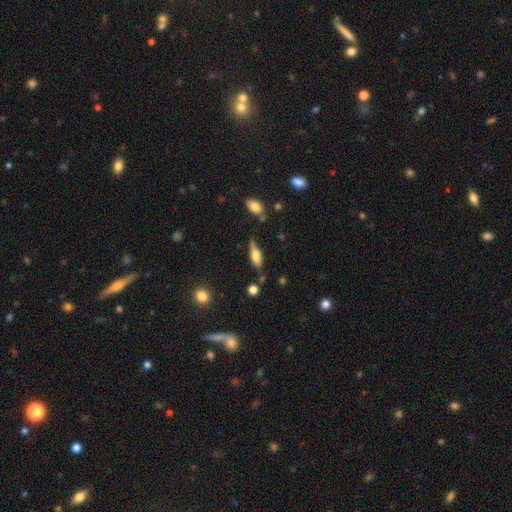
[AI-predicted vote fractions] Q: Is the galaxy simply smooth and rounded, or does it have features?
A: smooth — 64%.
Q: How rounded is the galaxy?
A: in between — 61%.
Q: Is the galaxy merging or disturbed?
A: none — 61%.